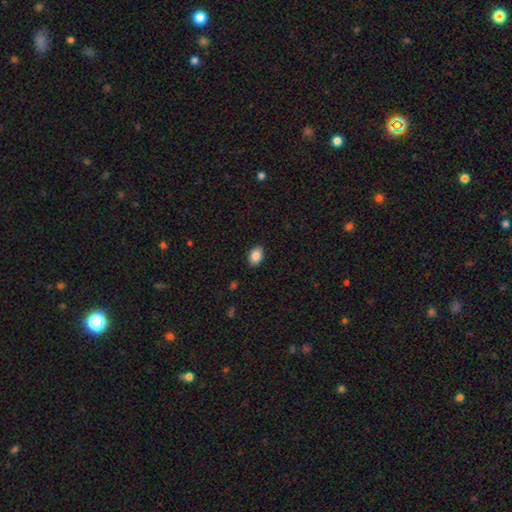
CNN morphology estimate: smooth 87%, star or artifact 8%, featured or disk 5%. Down the decision tree: how rounded — in between (81%); merging — none (89%).